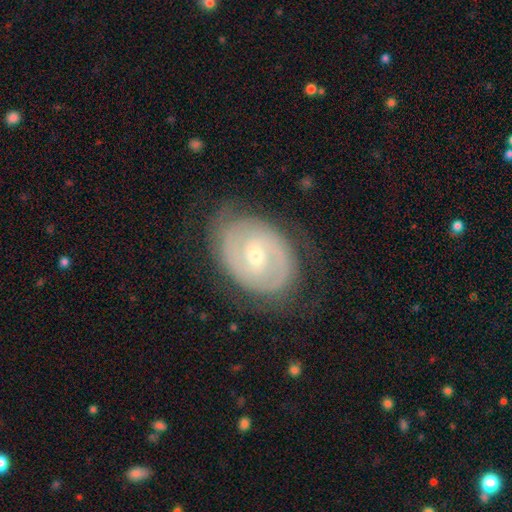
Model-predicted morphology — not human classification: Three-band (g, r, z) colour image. It shows a featured or disk galaxy (80%) with no bar (51%), 2 (63%) tight (66%) spiral arms (86%) and a small central bulge (52%). Merging: none (76%).